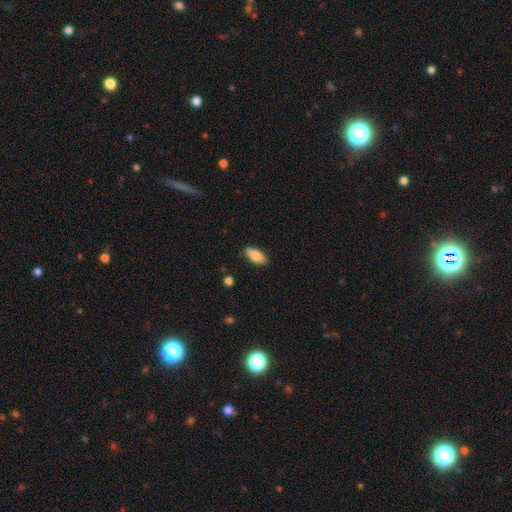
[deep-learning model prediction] Q: Smooth or featured?
A: smooth (84%); runner-up: featured or disk (10%)
Q: How rounded?
A: in between (88%); runner-up: cigar-shaped (10%)
Q: Merging?
A: none (84%); runner-up: minor disturbance (12%)